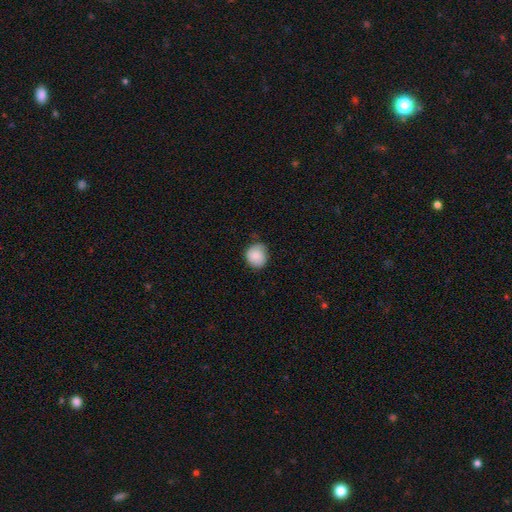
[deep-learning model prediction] Smooth or featured: smooth — 81% (featured or disk — 11%)
How rounded: round — 86% (in between — 13%)
Merging: none — 72% (minor disturbance — 23%)